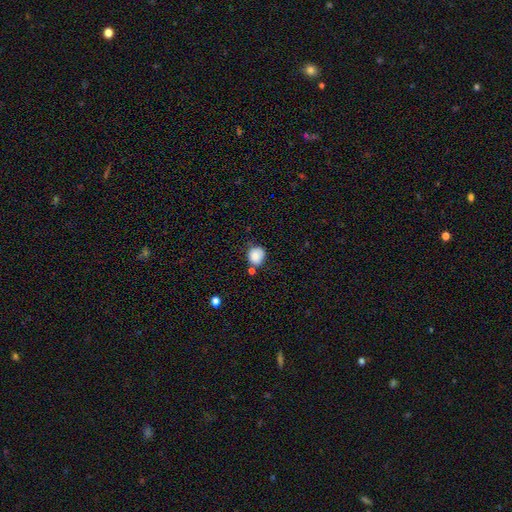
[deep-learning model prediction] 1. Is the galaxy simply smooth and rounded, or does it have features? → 83% smooth, 9% star or artifact, 7% featured or disk.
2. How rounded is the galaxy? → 77% round, 22% in between, 1% cigar-shaped.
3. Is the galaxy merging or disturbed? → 64% none, 20% minor disturbance, 11% merger, 5% major disturbance.